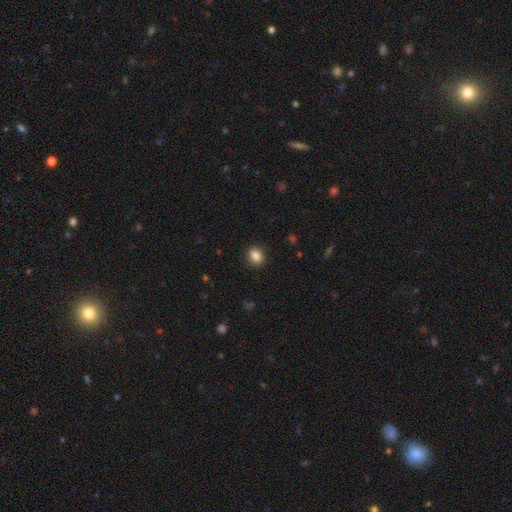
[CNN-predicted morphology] Smooth or featured? smooth (87%)
How rounded? round (55%)
Merging? none (89%)